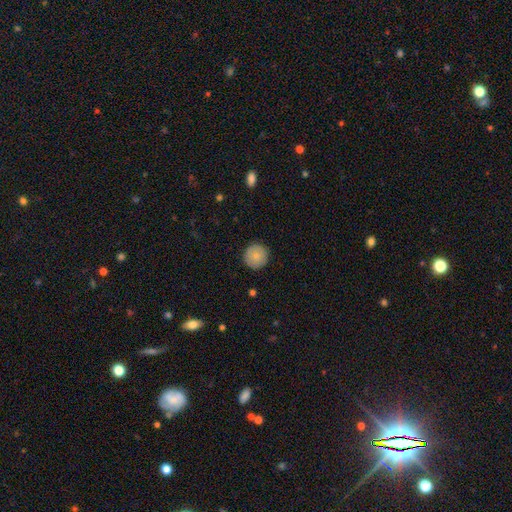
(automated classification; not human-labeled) Smooth or featured?
  - smooth: 82% *
  - featured or disk: 10%
  - star or artifact: 8%
How rounded?
  - round: 96% *
  - in between: 3%
  - cigar-shaped: 1%
Merging?
  - none: 91% *
  - minor disturbance: 6%
  - major disturbance: 2%
  - merger: 1%